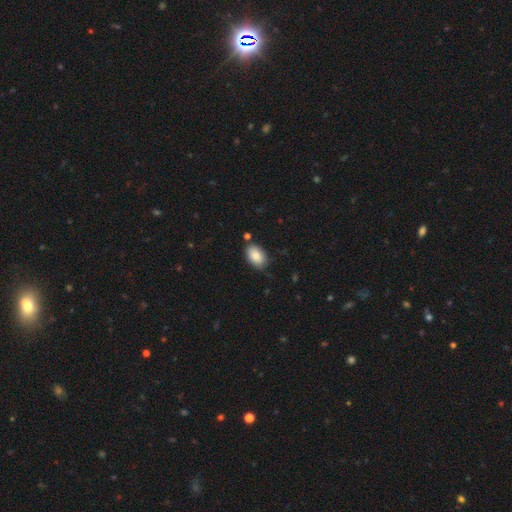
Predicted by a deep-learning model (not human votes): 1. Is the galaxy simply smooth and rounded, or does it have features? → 85% smooth, 8% featured or disk, 7% star or artifact.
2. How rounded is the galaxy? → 91% in between, 8% round, 1% cigar-shaped.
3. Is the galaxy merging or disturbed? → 80% none, 14% minor disturbance, 4% merger, 3% major disturbance.